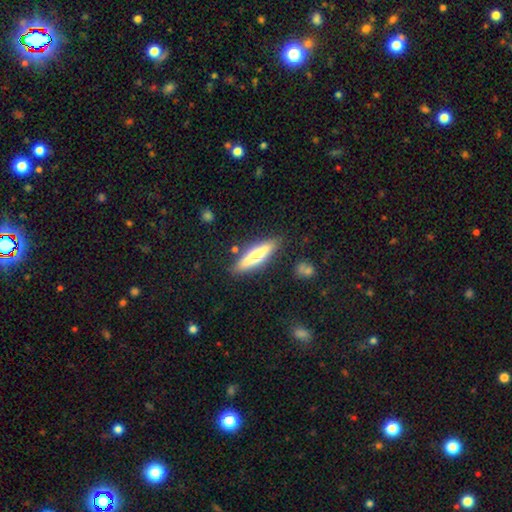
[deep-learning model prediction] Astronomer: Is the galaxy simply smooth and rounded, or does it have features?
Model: smooth — 60%.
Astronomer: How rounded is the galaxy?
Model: cigar-shaped — 75%.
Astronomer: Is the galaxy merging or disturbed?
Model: none — 83%.